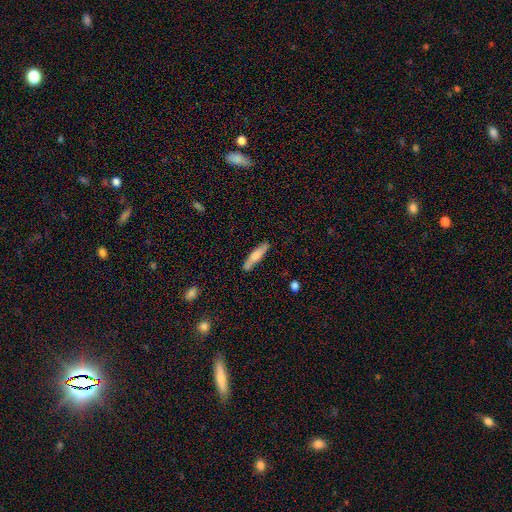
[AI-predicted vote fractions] This appears to be a smooth galaxy with no disk features (65%) that is cigar-shaped (81%). Merging: none (82%).